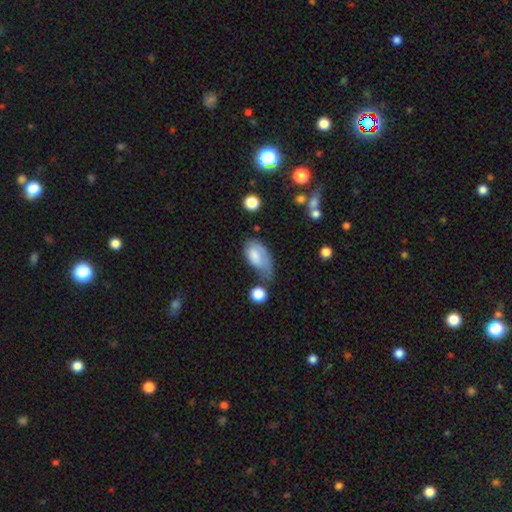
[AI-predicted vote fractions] Smooth or featured: smooth — 72% (featured or disk — 21%)
How rounded: in between — 92% (round — 5%)
Merging: minor disturbance — 37% (major disturbance — 33%)